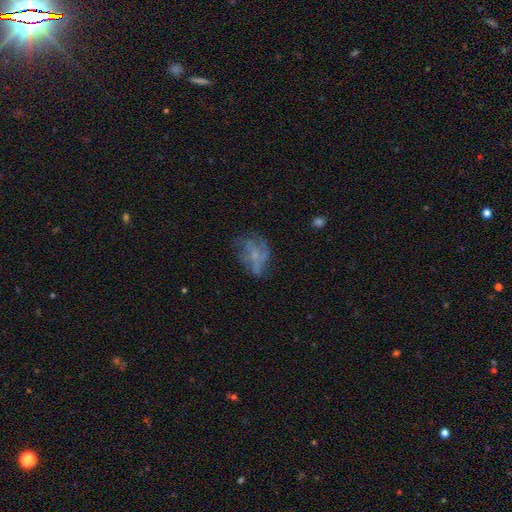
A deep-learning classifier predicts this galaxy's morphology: Smooth or featured? Predicted: featured or disk (p=0.55). Edge-on disk? Predicted: no (p=0.97). Bar? Predicted: no (p=0.79). Spiral arms? Predicted: no (p=0.53). Bulge size? Predicted: small (p=0.52). Merging? Predicted: none (p=0.50).